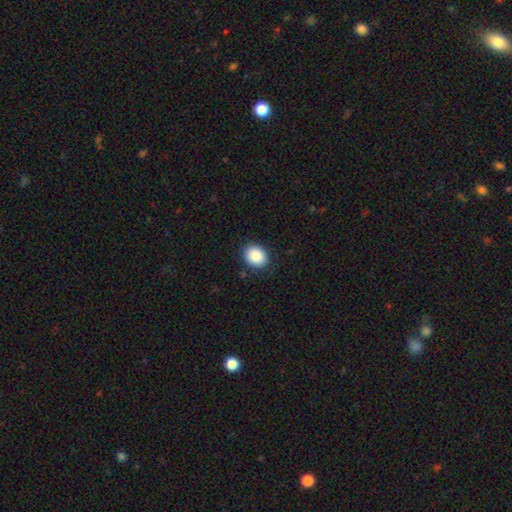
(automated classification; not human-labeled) smooth 89%, star or artifact 8%, featured or disk 3%. Down the decision tree: how rounded — round (57%); merging — none (87%).